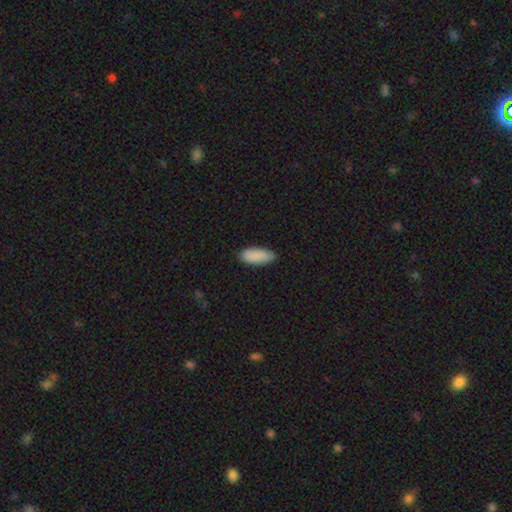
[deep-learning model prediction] smooth_or_featured: smooth (p=0.88) [alt: star or artifact p=0.06]
how_rounded: in between (p=0.82) [alt: cigar-shaped p=0.16]
merging: none (p=0.80) [alt: minor disturbance p=0.16]